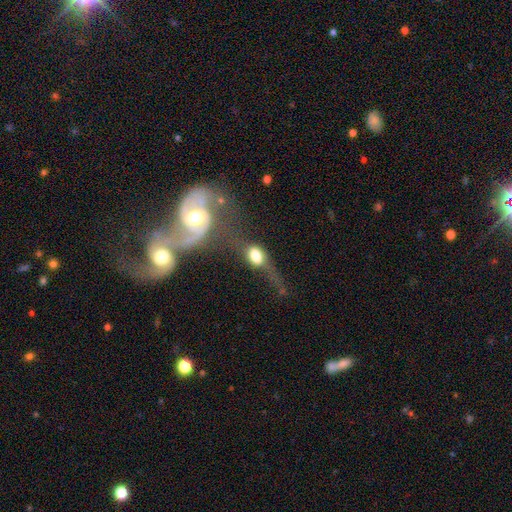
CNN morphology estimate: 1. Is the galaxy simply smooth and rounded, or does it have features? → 49% smooth, 41% featured or disk, 10% star or artifact.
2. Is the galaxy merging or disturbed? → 28% merger (tied), 28% none (tied), 27% major disturbance, 17% minor disturbance.